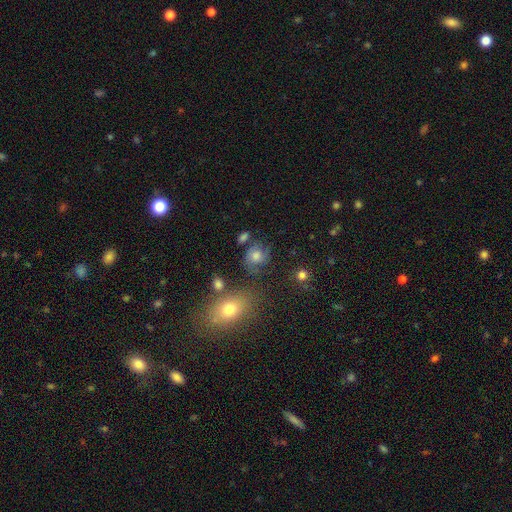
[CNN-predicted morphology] Smooth or featured?
  - smooth: 53% *
  - featured or disk: 33%
  - star or artifact: 14%
How rounded?
  - round: 68% *
  - in between: 31%
  - cigar-shaped: 1%
Merging?
  - none: 59% *
  - minor disturbance: 21%
  - major disturbance: 12%
  - merger: 8%